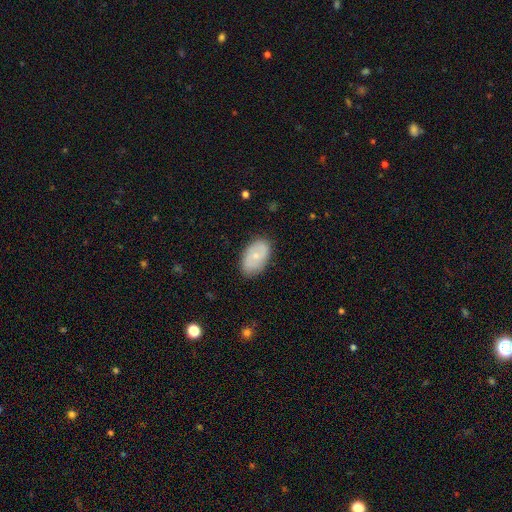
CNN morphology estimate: A smooth galaxy with no disk features (57%) that is in between round and cigar-shaped (92%). Merging: none (81%).